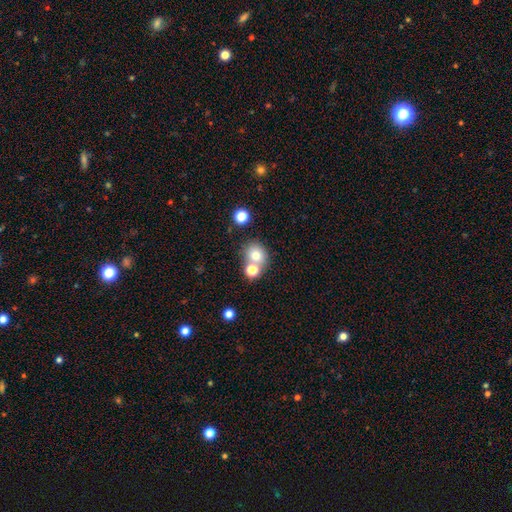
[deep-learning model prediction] smooth_or_featured: smooth (p=0.74) [alt: star or artifact p=0.14]
how_rounded: round (p=0.77) [alt: in between p=0.22]
merging: none (p=0.55) [alt: merger p=0.33]